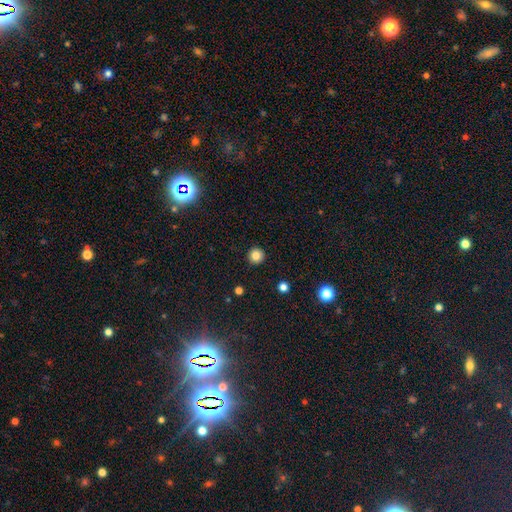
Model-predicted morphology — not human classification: A smooth galaxy with no disk features (82%) that is round (95%).

Vote fractions:
- Smooth or featured? smooth: 82% / star or artifact: 12% / featured or disk: 6%
- How rounded? round: 95% / in between: 4% / cigar-shaped: 1%
- Merging? none: 93% / minor disturbance: 5% / major disturbance: 2% / merger: 1%